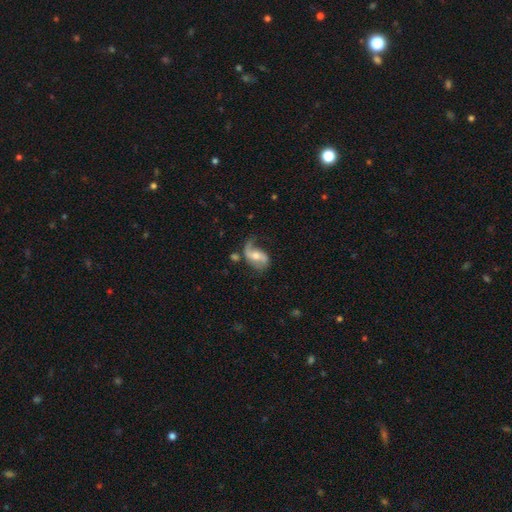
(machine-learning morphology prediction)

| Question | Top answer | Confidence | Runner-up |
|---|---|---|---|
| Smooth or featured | featured or disk | 76% | smooth (18%) |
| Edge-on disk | no | 96% | yes (4%) |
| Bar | no | 42% | weak (38%) |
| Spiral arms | yes | 91% | no (9%) |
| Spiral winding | loose | 71% | medium (22%) |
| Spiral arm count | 2 | 76% | 1 (18%) |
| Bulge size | moderate | 60% | small (31%) |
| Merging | none | 49% | minor disturbance (25%) |